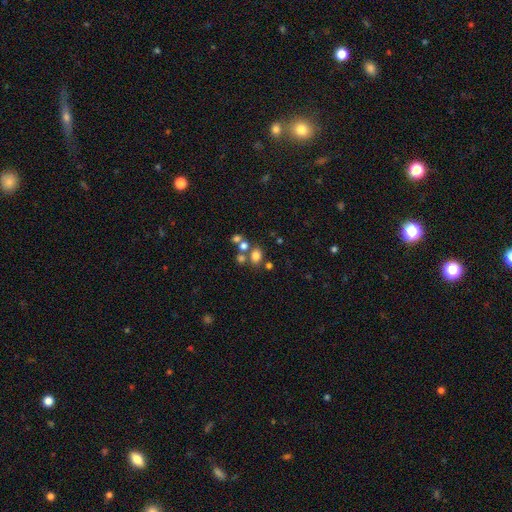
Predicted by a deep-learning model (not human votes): Q: Smooth or featured?
A: smooth (73%); runner-up: star or artifact (17%)
Q: How rounded?
A: in between (56%); runner-up: round (43%)
Q: Merging?
A: none (57%); runner-up: merger (27%)